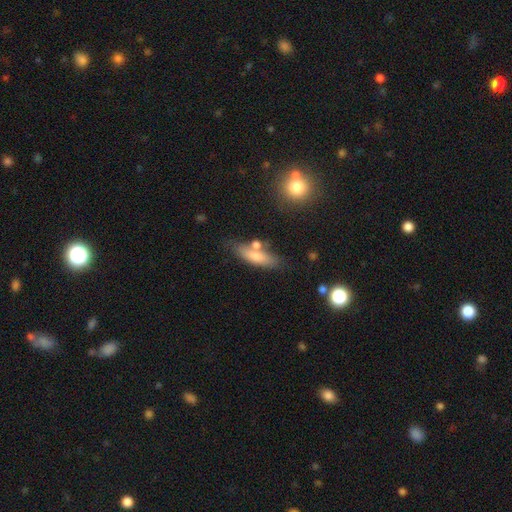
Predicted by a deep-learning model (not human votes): Smooth or featured? smooth (68%)
How rounded? cigar-shaped (54%)
Merging? none (66%)